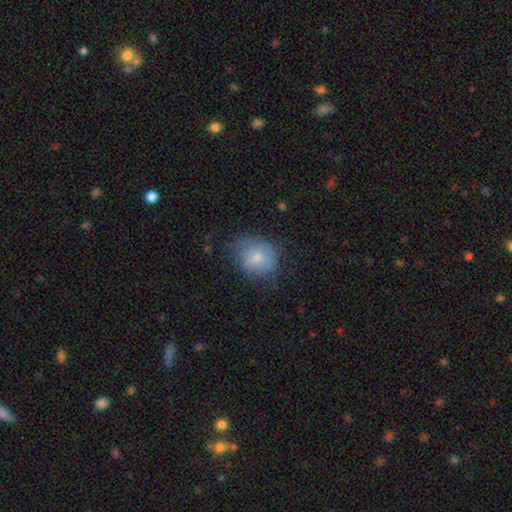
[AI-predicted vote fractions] A smooth galaxy with no disk features (66%) that is round (65%).

Vote fractions:
- Smooth or featured? smooth: 66% / featured or disk: 25% / star or artifact: 9%
- How rounded? round: 65% / in between: 34% / cigar-shaped: 1%
- Merging? none: 60% / minor disturbance: 28% / major disturbance: 10% / merger: 1%